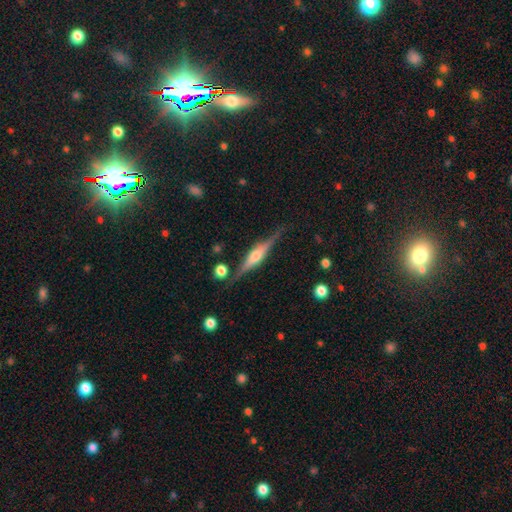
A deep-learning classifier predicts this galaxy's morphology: This appears to be a featured or disk galaxy (78%) viewed edge-on (97%) with a rounded central bulge (85%). Merging: none (83%).